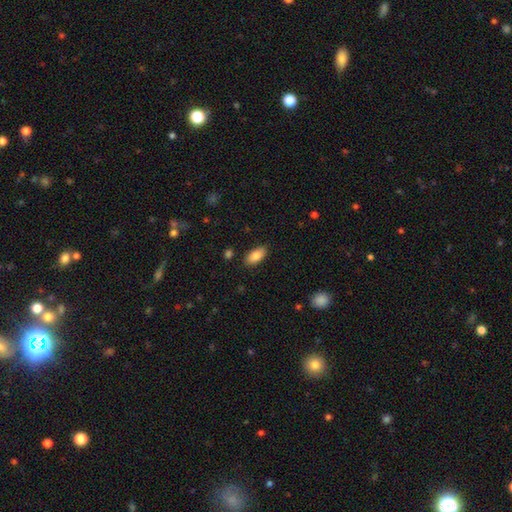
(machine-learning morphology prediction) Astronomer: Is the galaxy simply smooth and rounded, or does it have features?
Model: smooth — 85%.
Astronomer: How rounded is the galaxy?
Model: in between — 91%.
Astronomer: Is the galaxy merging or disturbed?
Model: none — 86%.